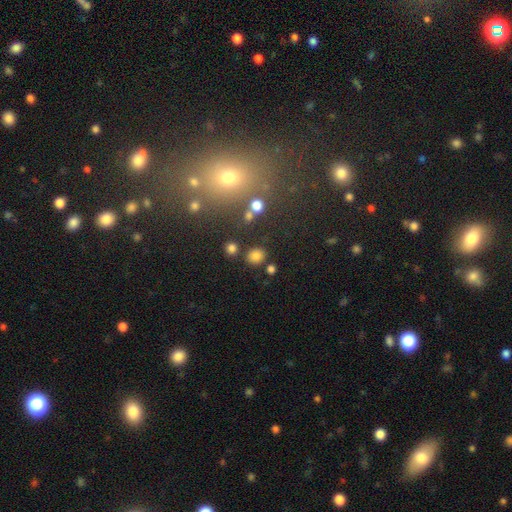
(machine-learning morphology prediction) This is likely a smooth galaxy (79%). How rounded: likely round (71%). Merging: clearly none (81%).